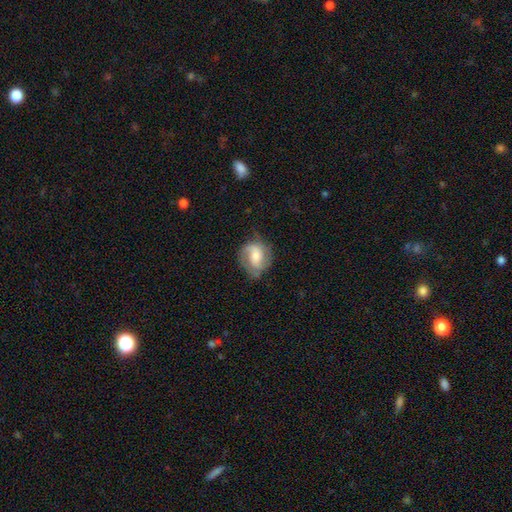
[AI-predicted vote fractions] smooth_or_featured: featured or disk (p=0.61) [alt: smooth p=0.31]
disk_edge_on: no (p=0.97) [alt: yes p=0.03]
bar: no (p=0.49) [alt: weak p=0.39]
has_spiral_arms: yes (p=0.89) [alt: no p=0.11]
spiral_winding: medium (p=0.45) [alt: tight p=0.31]
spiral_arm_count: 2 (p=0.69) [alt: can't tell p=0.14]
bulge_size: moderate (p=0.50) [alt: small p=0.31]
merging: none (p=0.64) [alt: minor disturbance p=0.24]